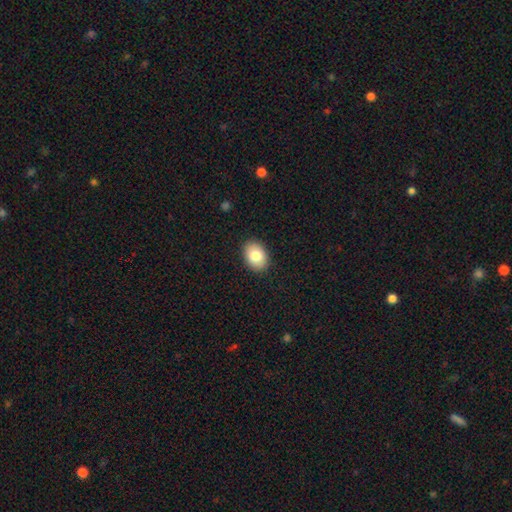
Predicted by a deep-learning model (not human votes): Smooth or featured? smooth (82%)
How rounded? in between (77%)
Merging? none (90%)